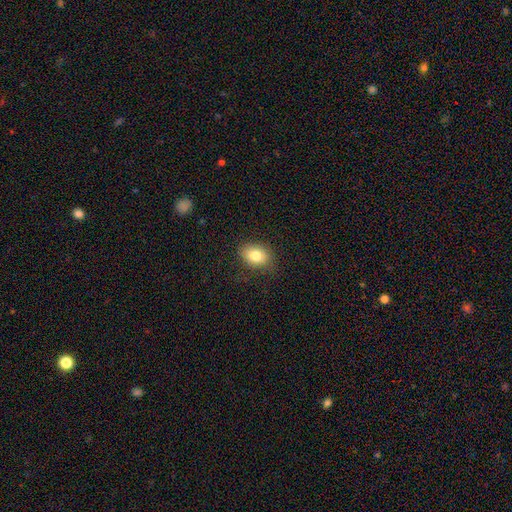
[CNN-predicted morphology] Smooth or featured? smooth (80%)
How rounded? in between (73%)
Merging? none (82%)